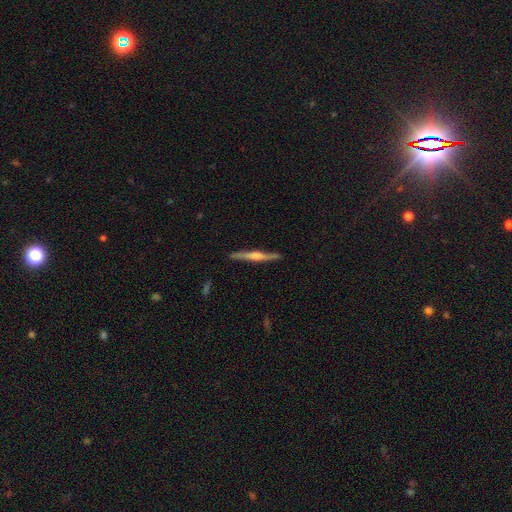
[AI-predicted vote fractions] Q: Smooth or featured?
A: featured or disk (76%); runner-up: smooth (18%)
Q: Edge-on disk?
A: yes (98%); runner-up: no (2%)
Q: Edge-on bulge?
A: rounded (74%); runner-up: boxy (16%)
Q: Merging?
A: none (91%); runner-up: minor disturbance (7%)